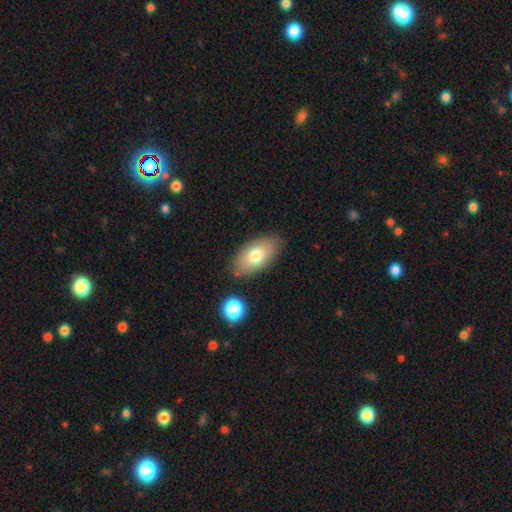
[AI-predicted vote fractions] This is likely a smooth galaxy (74%). How rounded: clearly in between (93%). Merging: likely none (80%).